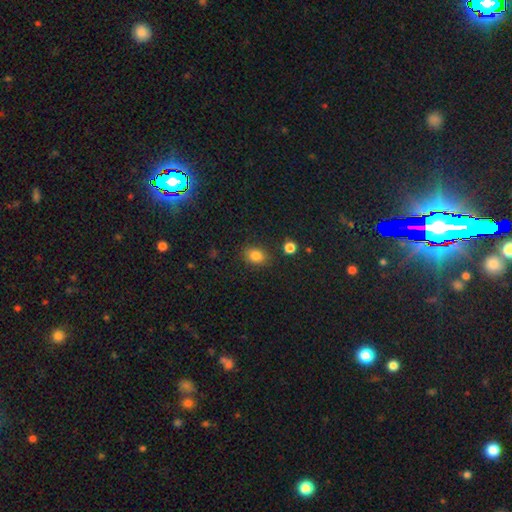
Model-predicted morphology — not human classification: A smooth galaxy with no disk features (83%) that is in between round and cigar-shaped (59%). Merging: none (82%).